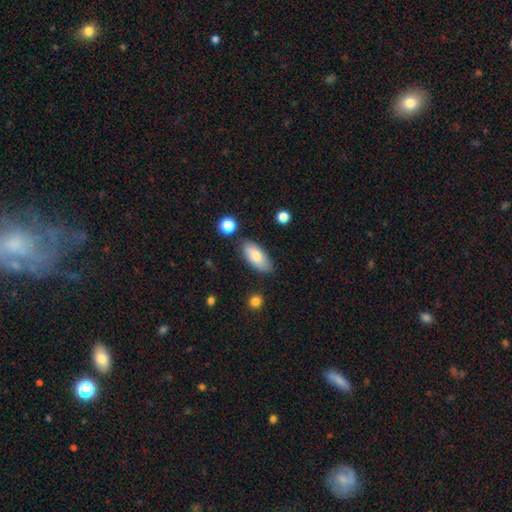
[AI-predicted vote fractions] A smooth galaxy with no disk features (79%) that is in between round and cigar-shaped (88%).

Vote fractions:
- Smooth or featured? smooth: 79% / featured or disk: 15% / star or artifact: 7%
- How rounded? in between: 88% / cigar-shaped: 10% / round: 2%
- Merging? none: 79% / minor disturbance: 15% / merger: 4% / major disturbance: 3%